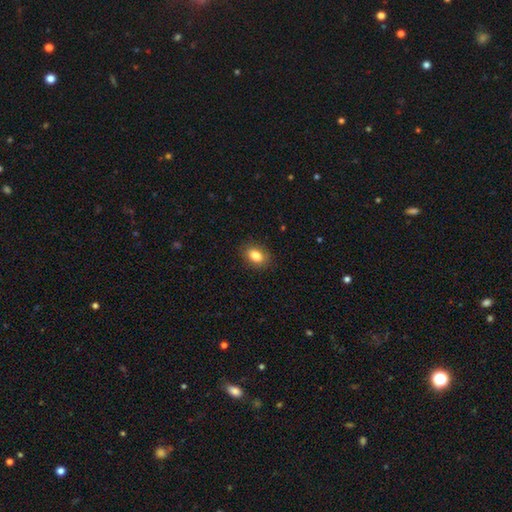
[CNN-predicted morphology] Smooth or featured? smooth (83%)
How rounded? in between (82%)
Merging? none (88%)